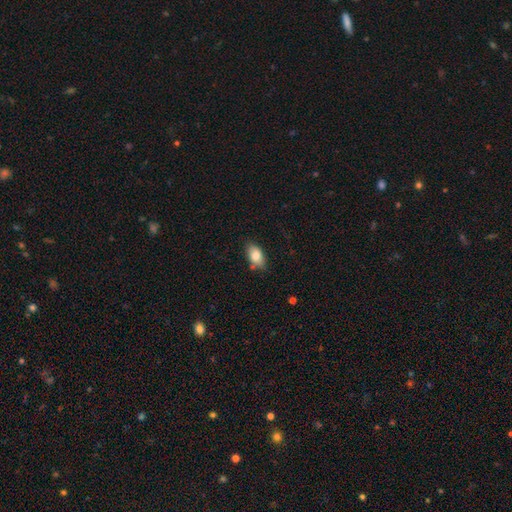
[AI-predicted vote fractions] smooth-or-featured: smooth: 82% | featured or disk: 10% | star or artifact: 8%
  how-rounded: in between: 91% | round: 5% | cigar-shaped: 4%
  merging: none: 76% | minor disturbance: 18% | merger: 4% | major disturbance: 3%